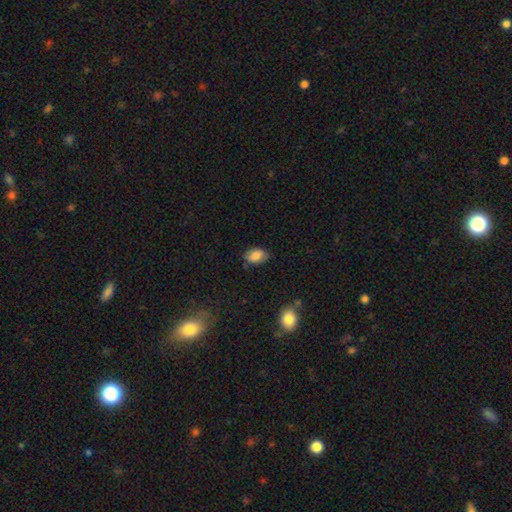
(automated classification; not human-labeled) A smooth galaxy with no disk features (83%) that is in between round and cigar-shaped (86%). Merging: none (75%).